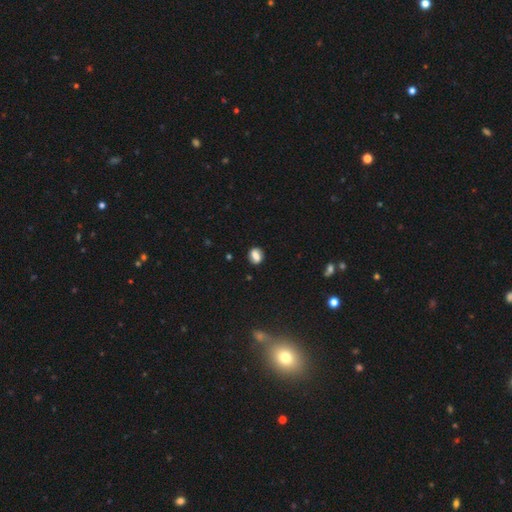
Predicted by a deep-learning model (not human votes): This appears to be a smooth galaxy with no disk features (68%) that is in between round and cigar-shaped (57%). Merging: none (81%).